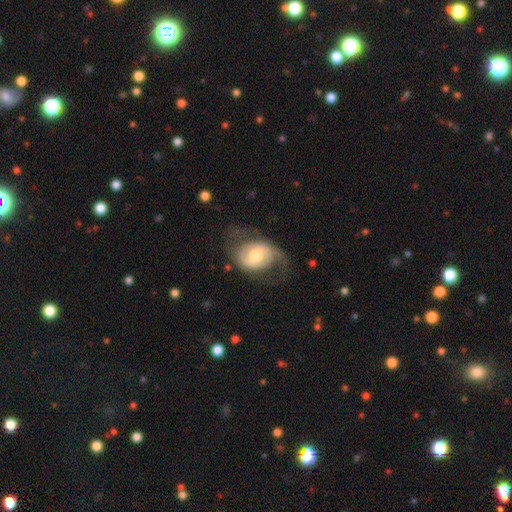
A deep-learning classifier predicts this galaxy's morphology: Smooth or featured? Predicted: featured or disk (p=0.68). Edge-on disk? Predicted: no (p=0.96). Bar? Predicted: no (p=0.48). Spiral arms? Predicted: yes (p=0.82). Spiral winding? Predicted: medium (p=0.42). Spiral arm count? Predicted: 2 (p=0.77). Bulge size? Predicted: moderate (p=0.68). Merging? Predicted: none (p=0.53).